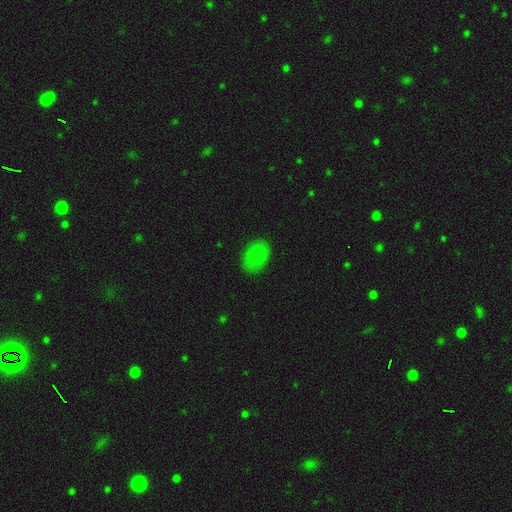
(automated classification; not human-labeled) Smooth or featured? smooth (77%)
How rounded? in between (82%)
Merging? none (81%)